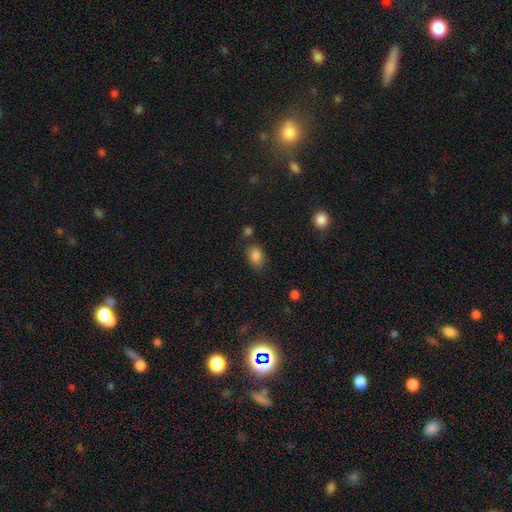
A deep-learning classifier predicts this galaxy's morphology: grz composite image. It shows a smooth galaxy with no disk features (84%) that is in between round and cigar-shaped (83%). Merging: none (67%).